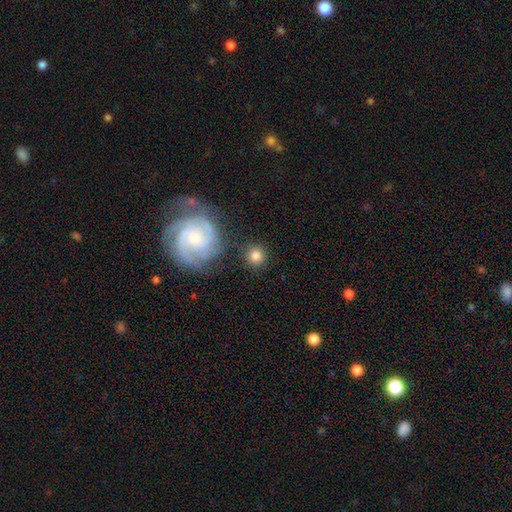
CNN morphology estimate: smooth_or_featured: smooth (p=0.78) [alt: featured or disk p=0.14]
how_rounded: round (p=0.93) [alt: in between p=0.06]
merging: none (p=0.81) [alt: minor disturbance p=0.09]